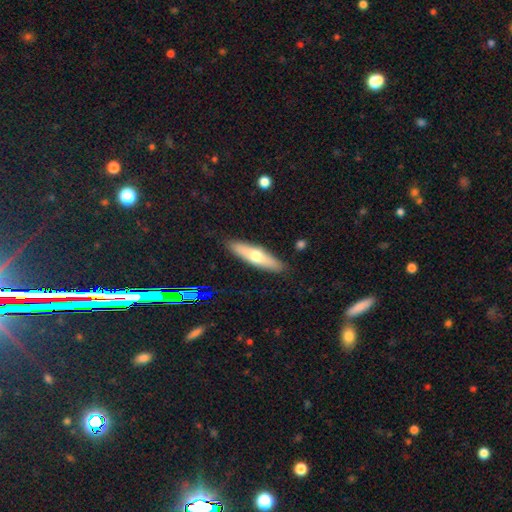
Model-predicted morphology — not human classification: Smooth or featured? smooth (56%)
How rounded? cigar-shaped (65%)
Merging? none (88%)